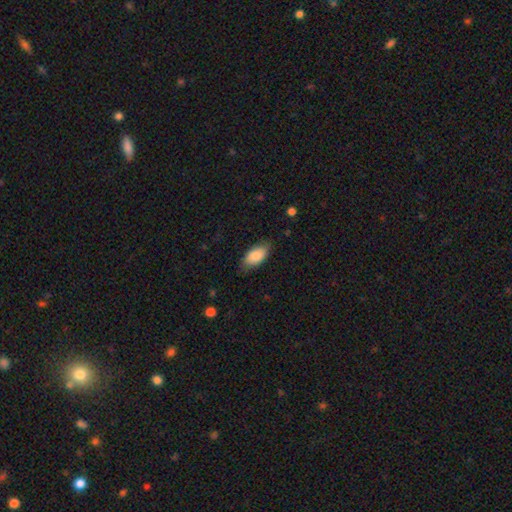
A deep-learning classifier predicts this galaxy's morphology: Smooth or featured? Predicted: smooth (p=0.86). How rounded? Predicted: in between (p=0.93). Merging? Predicted: none (p=0.77).